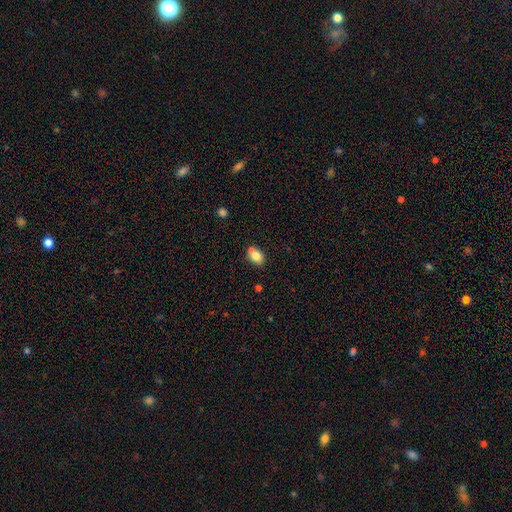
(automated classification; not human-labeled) smooth_or_featured: smooth (p=0.81) [alt: featured or disk p=0.10]
how_rounded: in between (p=0.75) [alt: round p=0.23]
merging: none (p=0.67) [alt: minor disturbance p=0.16]